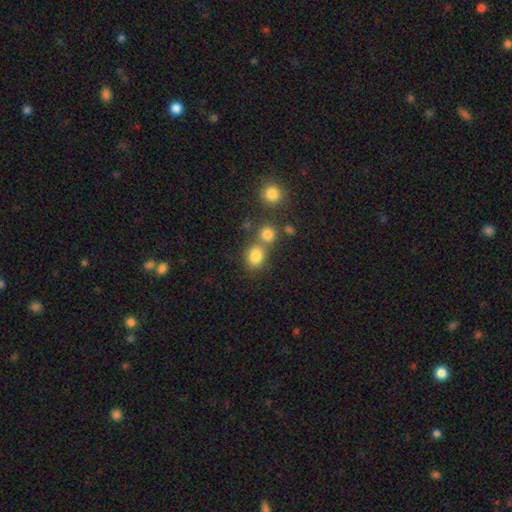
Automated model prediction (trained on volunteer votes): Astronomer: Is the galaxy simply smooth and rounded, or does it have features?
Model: smooth — 81%.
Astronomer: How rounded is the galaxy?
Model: round — 71%.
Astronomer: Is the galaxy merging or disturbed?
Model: none — 54% (runner-up: merger, 32%).